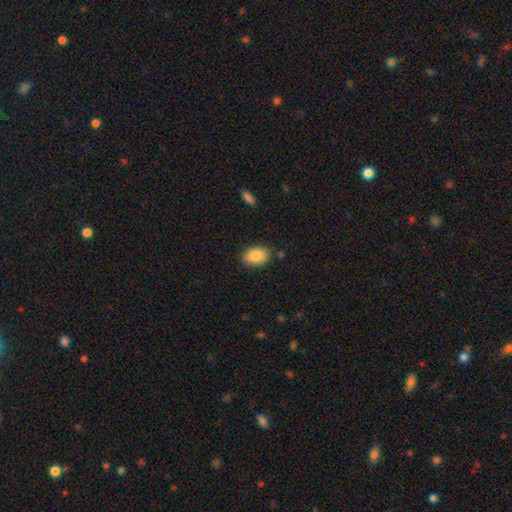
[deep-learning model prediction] smooth-or-featured: smooth: 85% | featured or disk: 8% | star or artifact: 7%
  how-rounded: in between: 87% | round: 12% | cigar-shaped: 1%
  merging: none: 85% | minor disturbance: 11% | major disturbance: 2% | merger: 2%